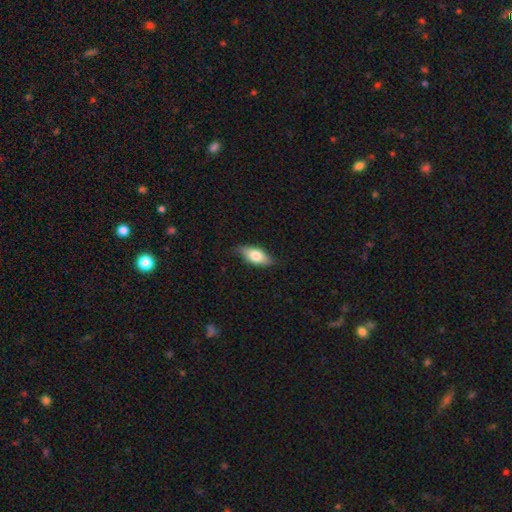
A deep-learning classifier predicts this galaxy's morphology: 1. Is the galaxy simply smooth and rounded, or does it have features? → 69% smooth, 25% featured or disk, 6% star or artifact.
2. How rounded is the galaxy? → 83% in between, 13% cigar-shaped, 4% round.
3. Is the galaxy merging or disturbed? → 75% none, 20% minor disturbance, 4% major disturbance, 1% merger.